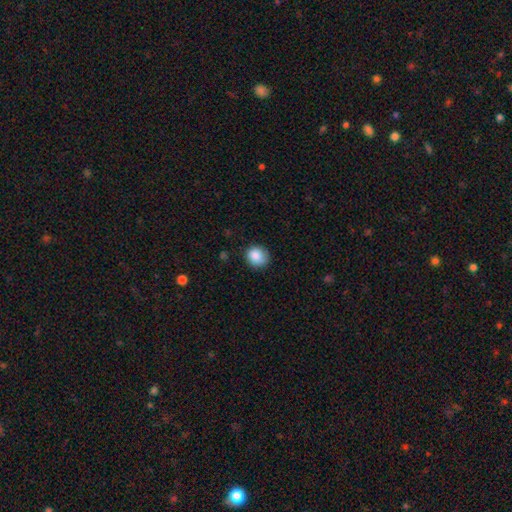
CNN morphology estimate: The model was most divided on "merging": none: 82%, minor disturbance: 14%, major disturbance: 3%, merger: 1%. More confident: smooth or featured — smooth (87%); how rounded — round (85%).